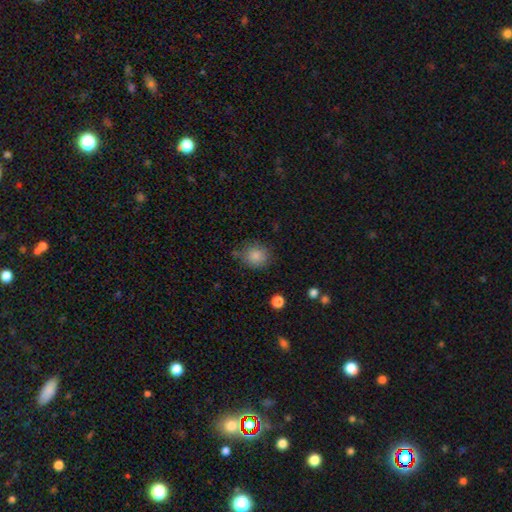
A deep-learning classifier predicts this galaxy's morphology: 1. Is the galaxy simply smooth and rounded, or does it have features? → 85% smooth, 10% star or artifact, 5% featured or disk.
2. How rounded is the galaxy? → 79% round, 20% in between, 1% cigar-shaped.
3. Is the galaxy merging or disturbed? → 74% none, 18% minor disturbance, 5% major disturbance, 3% merger.